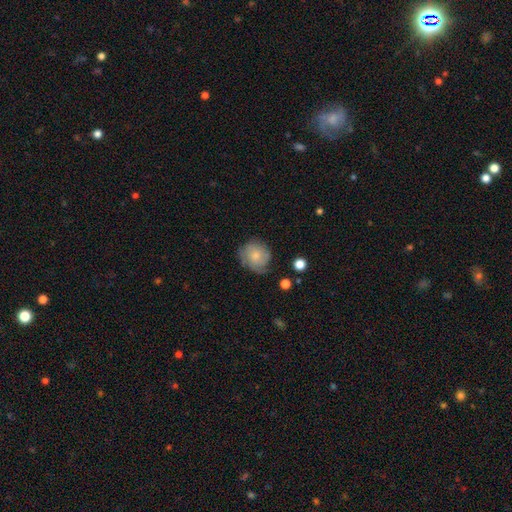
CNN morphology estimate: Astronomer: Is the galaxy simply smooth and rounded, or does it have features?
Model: smooth — 62%.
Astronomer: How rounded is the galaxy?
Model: round — 79%.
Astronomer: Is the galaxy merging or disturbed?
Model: none — 61%.